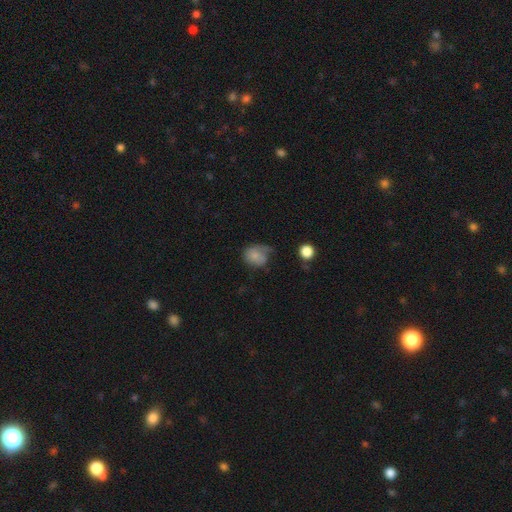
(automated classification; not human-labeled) Smooth or featured: smooth — 76% (featured or disk — 14%)
How rounded: round — 57% (in between — 42%)
Merging: none — 39% (minor disturbance — 35%)